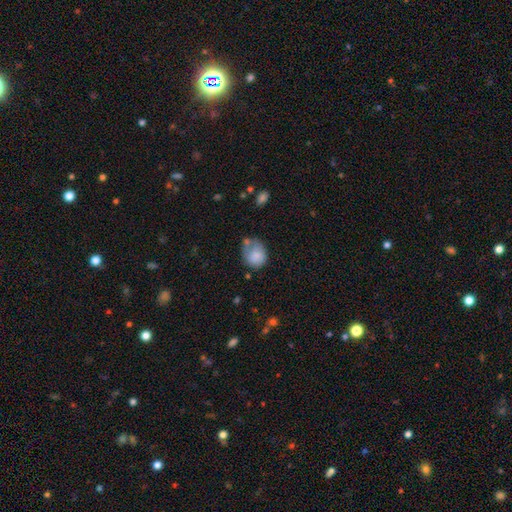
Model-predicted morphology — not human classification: smooth-or-featured: smooth: 77% | featured or disk: 14% | star or artifact: 8%
  how-rounded: round: 58% | in between: 42% | cigar-shaped: 1%
  merging: none: 37% | minor disturbance: 30% | major disturbance: 17% | merger: 16%